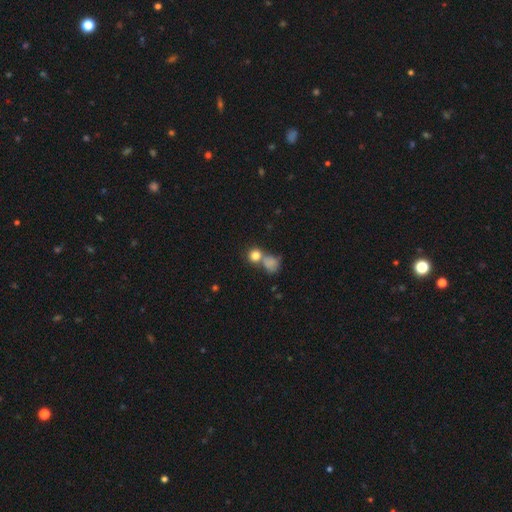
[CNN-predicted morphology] Overall: smooth (80%). How rounded: round (84%). Merging: none (48%; merger 38%).